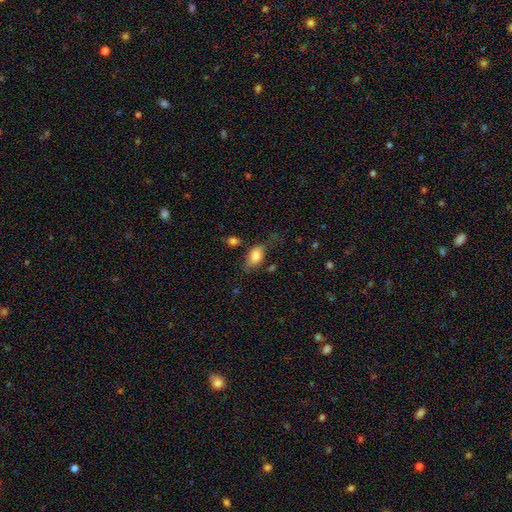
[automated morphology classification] A smooth galaxy with no disk features (79%) that is in between round and cigar-shaped (88%).

Vote fractions:
- Smooth or featured? smooth: 79% / featured or disk: 13% / star or artifact: 8%
- How rounded? in between: 88% / round: 8% / cigar-shaped: 4%
- Merging? none: 60% / minor disturbance: 25% / major disturbance: 10% / merger: 5%